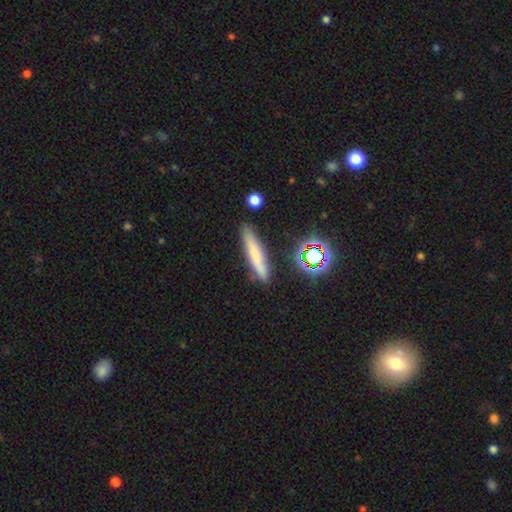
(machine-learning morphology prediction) Smooth or featured: smooth — 69% (featured or disk — 18%)
How rounded: cigar-shaped — 90% (in between — 8%)
Merging: none — 86% (minor disturbance — 9%)